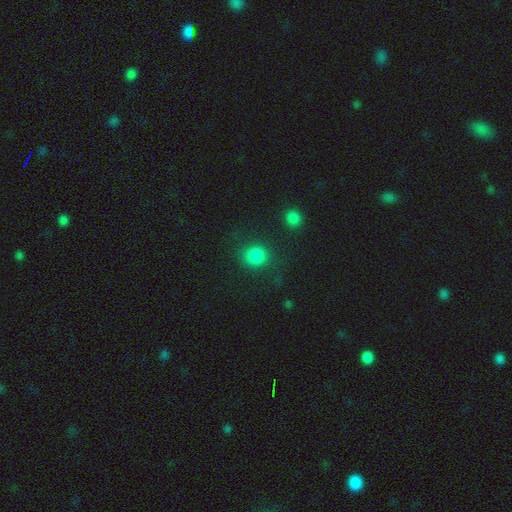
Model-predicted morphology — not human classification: The model was most divided on "how rounded": round: 85%, in between: 14%, cigar-shaped: 1%. More confident: smooth or featured — smooth (83%); merging — none (82%).